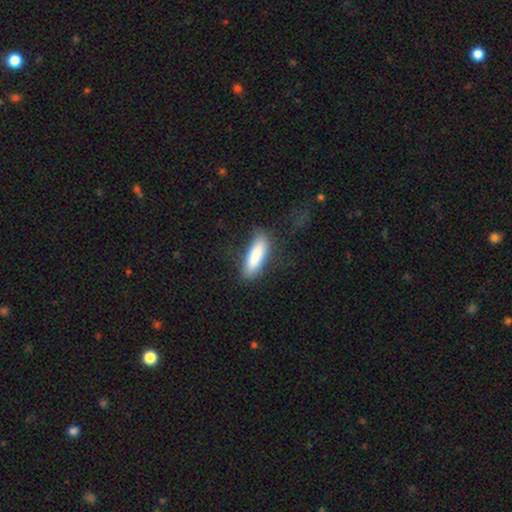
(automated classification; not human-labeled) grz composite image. It shows a smooth galaxy with no disk features (83%) that is cigar-shaped (52%). Merging: none (73%).